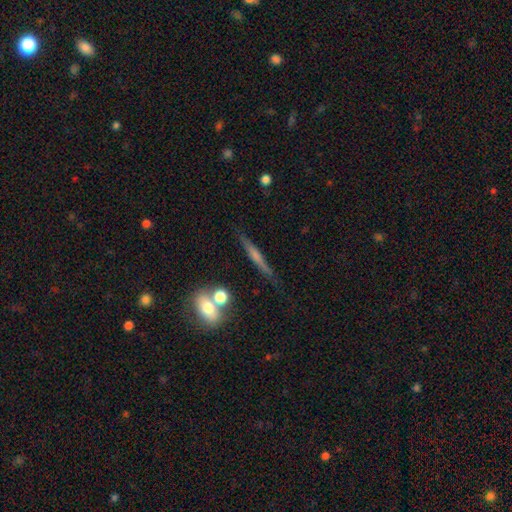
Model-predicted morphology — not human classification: Smooth or featured? featured or disk (52%)
Edge-on disk? yes (93%)
Merging? none (79%)